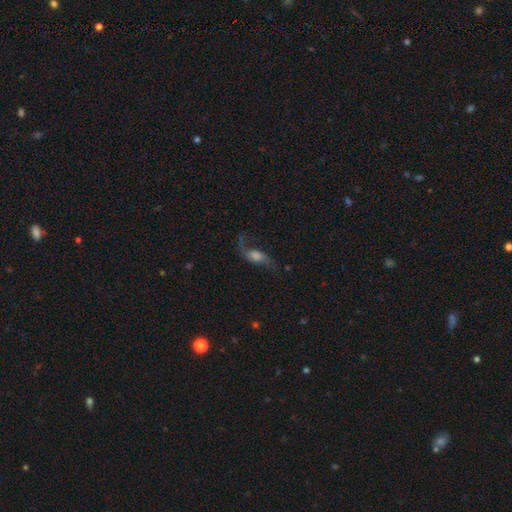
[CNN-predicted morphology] smooth_or_featured: featured or disk (p=0.74) [alt: smooth p=0.16]
disk_edge_on: no (p=0.89) [alt: yes p=0.11]
bar: no (p=0.53) [alt: weak p=0.35]
has_spiral_arms: yes (p=0.93) [alt: no p=0.07]
spiral_winding: loose (p=0.87) [alt: medium p=0.10]
spiral_arm_count: 2 (p=0.89) [alt: 1 p=0.06]
bulge_size: moderate (p=0.36) [alt: large p=0.29]
merging: none (p=0.63) [alt: major disturbance p=0.18]